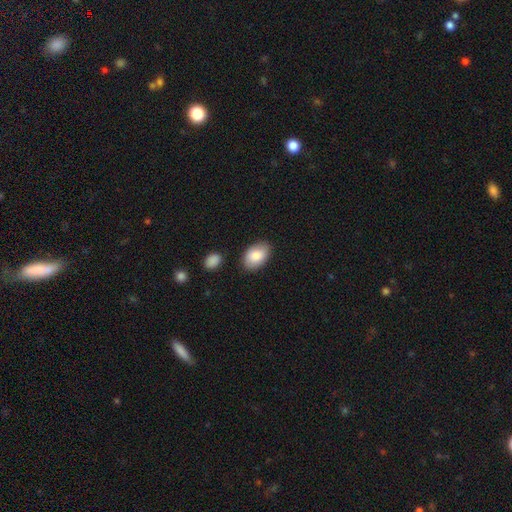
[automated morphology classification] Overall: smooth (85%). How rounded: in between (90%). Merging: none (83%).